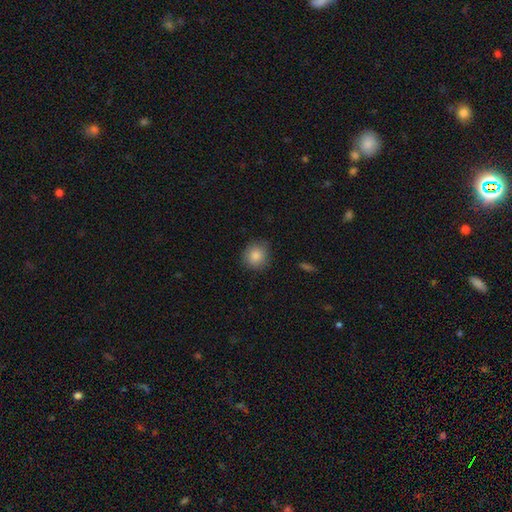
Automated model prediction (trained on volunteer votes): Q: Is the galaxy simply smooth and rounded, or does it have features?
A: smooth — 85%.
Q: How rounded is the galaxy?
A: round — 88%.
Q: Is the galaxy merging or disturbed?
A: none — 84%.